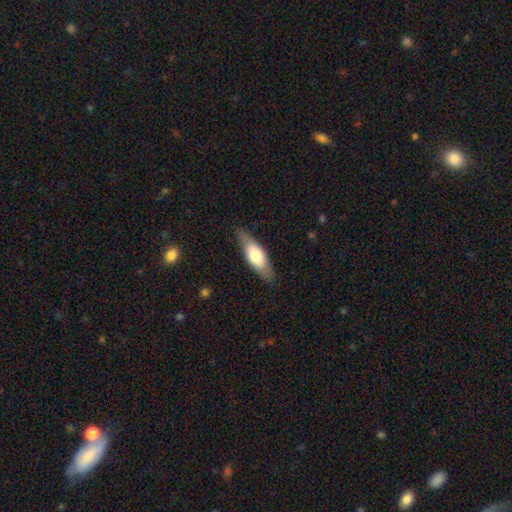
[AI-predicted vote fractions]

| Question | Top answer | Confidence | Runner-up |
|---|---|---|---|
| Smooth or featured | smooth | 61% | featured or disk (34%) |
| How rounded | in between | 58% | cigar-shaped (40%) |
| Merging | none | 83% | minor disturbance (13%) |